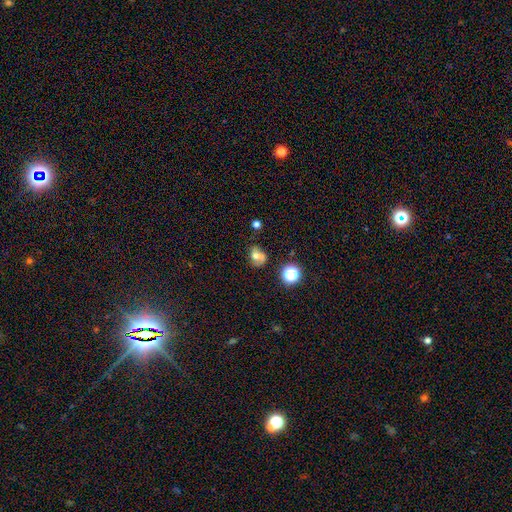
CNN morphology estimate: Smooth or featured: smooth — 54% (featured or disk — 30%)
How rounded: round — 53% (in between — 46%)
Merging: none — 45% (minor disturbance — 23%)